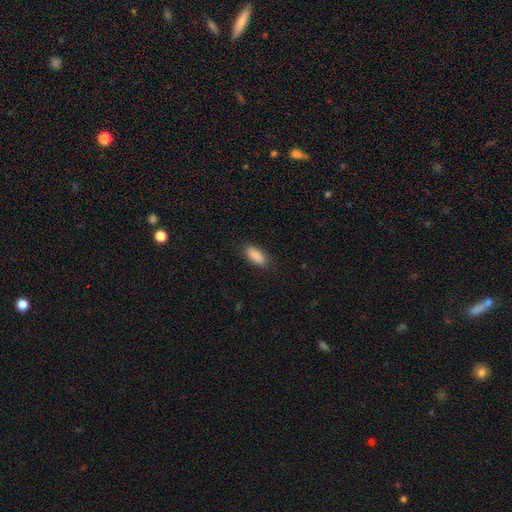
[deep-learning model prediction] Smooth or featured? Predicted: smooth (p=0.90). How rounded? Predicted: in between (p=0.82). Merging? Predicted: none (p=0.87).